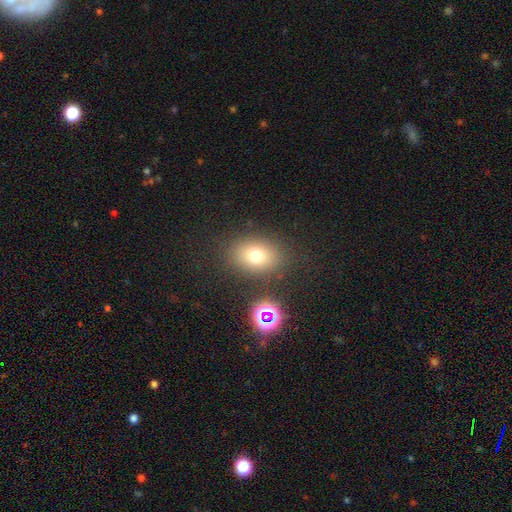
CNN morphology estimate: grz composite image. It shows a smooth galaxy with no disk features (73%) that is in between round and cigar-shaped (64%). Merging: none (82%).